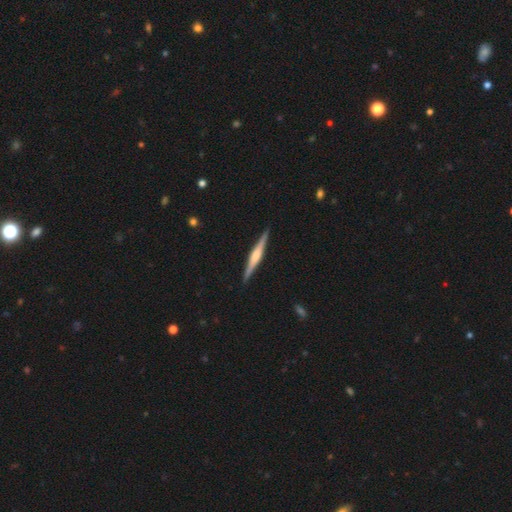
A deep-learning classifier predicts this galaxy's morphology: Smooth or featured?
  - featured or disk: 75% *
  - smooth: 20%
  - star or artifact: 5%
Edge-on disk?
  - yes: 98% *
  - no: 2%
Edge-on bulge?
  - rounded: 68% *
  - boxy: 23%
  - none: 9%
Merging?
  - none: 92% *
  - minor disturbance: 6%
  - major disturbance: 1%
  - merger: 1%